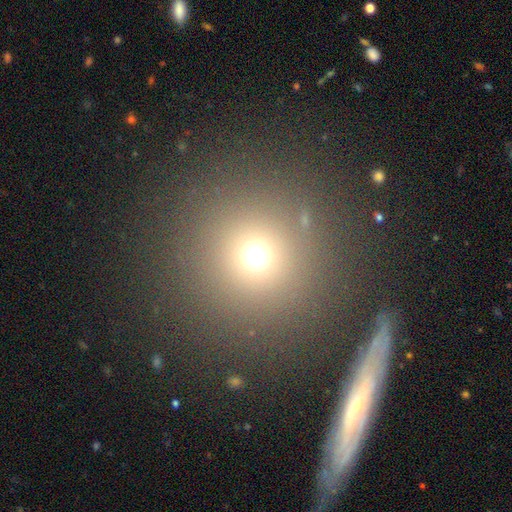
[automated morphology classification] smooth_or_featured: smooth (p=0.67) [alt: star or artifact p=0.26]
how_rounded: round (p=0.94) [alt: in between p=0.05]
merging: none (p=0.85) [alt: minor disturbance p=0.06]